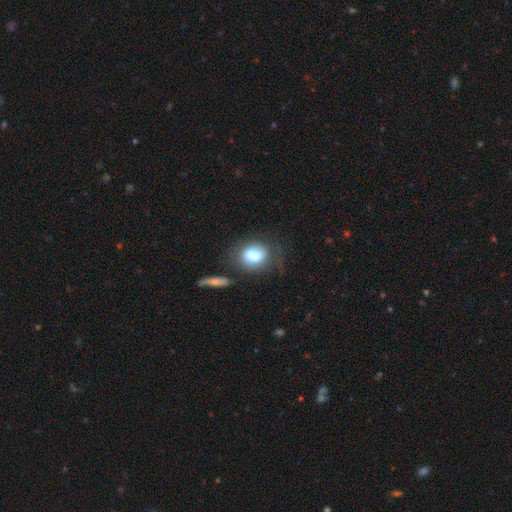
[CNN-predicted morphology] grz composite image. It shows a smooth galaxy with no disk features (75%) that is in between round and cigar-shaped (58%). Merging: none (54%).